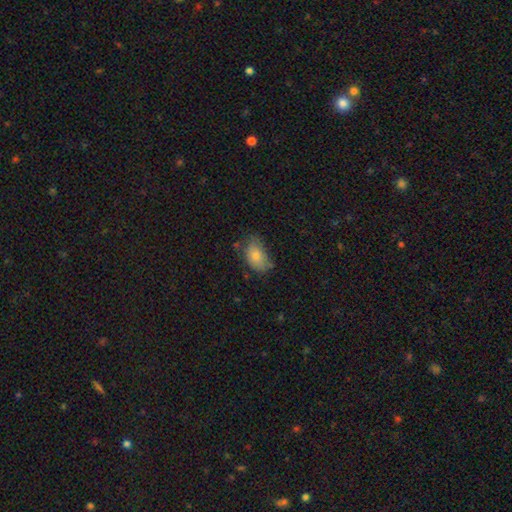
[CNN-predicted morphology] smooth 77%, featured or disk 14%, star or artifact 9%. Down the decision tree: how rounded — in between (88%); merging — none (53%).